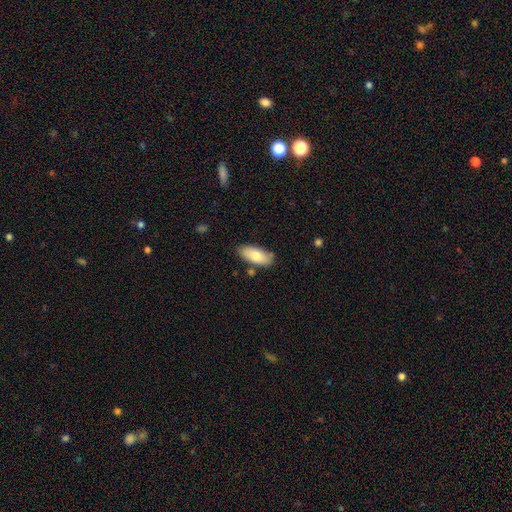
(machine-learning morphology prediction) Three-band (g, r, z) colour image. It shows a smooth galaxy with no disk features (76%) that is in between round and cigar-shaped (89%). Merging: none (80%).